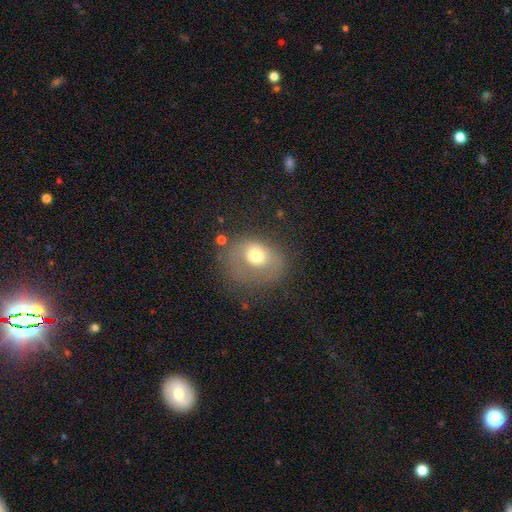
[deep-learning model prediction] Smooth or featured? smooth (59%)
How rounded? round (54%)
Merging? none (40%)